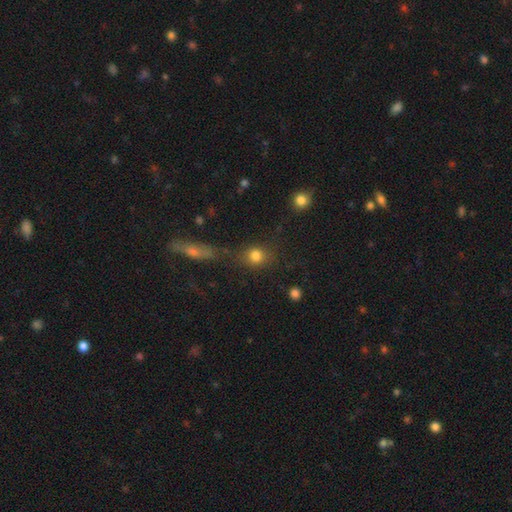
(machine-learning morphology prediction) Q: Smooth or featured?
A: smooth (78%); runner-up: star or artifact (14%)
Q: How rounded?
A: round (76%); runner-up: in between (21%)
Q: Merging?
A: none (67%); runner-up: merger (14%)